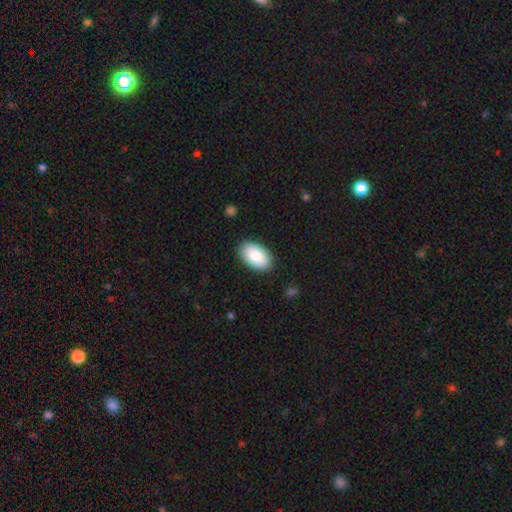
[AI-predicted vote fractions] Overall: smooth (80%). How rounded: in between (92%). Merging: none (88%).